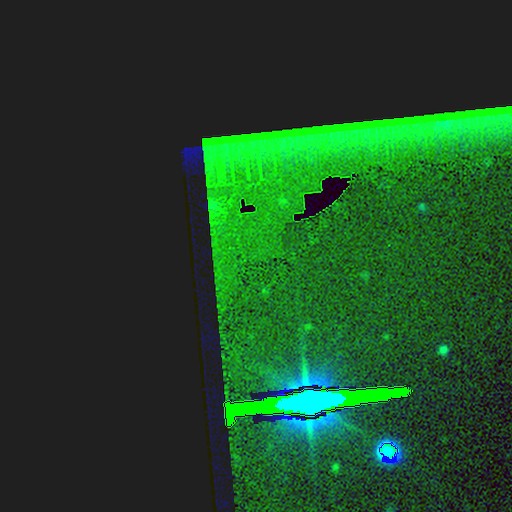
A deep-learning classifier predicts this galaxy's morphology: Overall: star or artifact (89%).